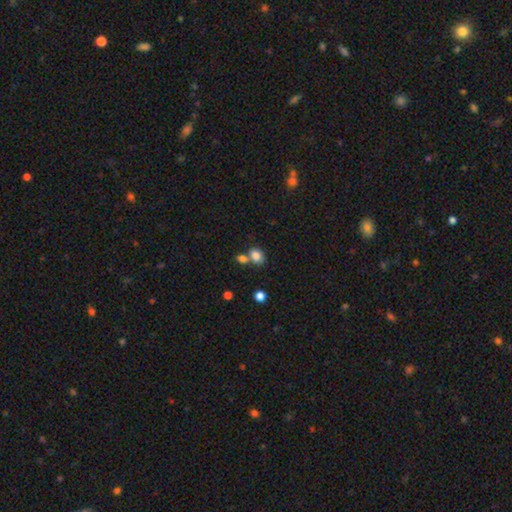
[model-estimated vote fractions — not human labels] A smooth galaxy with no disk features (82%) that is in between round and cigar-shaped (56%). Merging: none (48%).